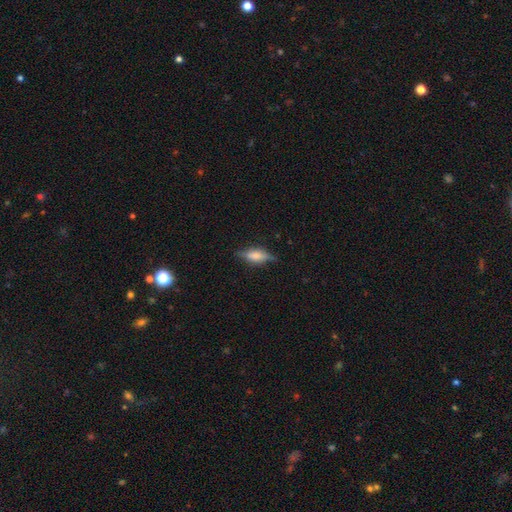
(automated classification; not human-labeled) Overall: featured or disk (50%; smooth 42%). Merging: none (76%).